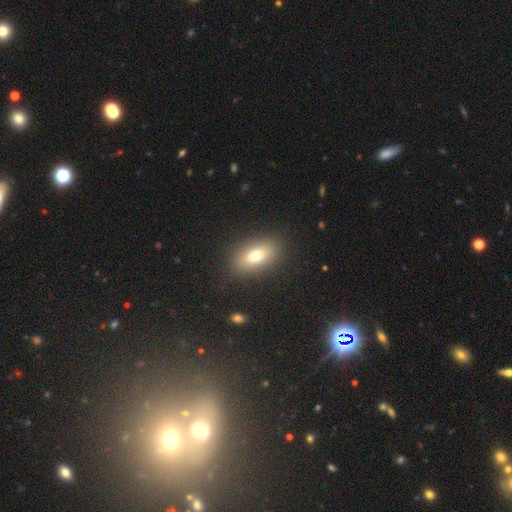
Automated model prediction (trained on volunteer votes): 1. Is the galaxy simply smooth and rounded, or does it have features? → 72% smooth, 19% featured or disk, 9% star or artifact.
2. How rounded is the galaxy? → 85% in between, 8% round, 7% cigar-shaped.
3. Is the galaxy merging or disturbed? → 87% none, 8% minor disturbance, 3% major disturbance, 1% merger.